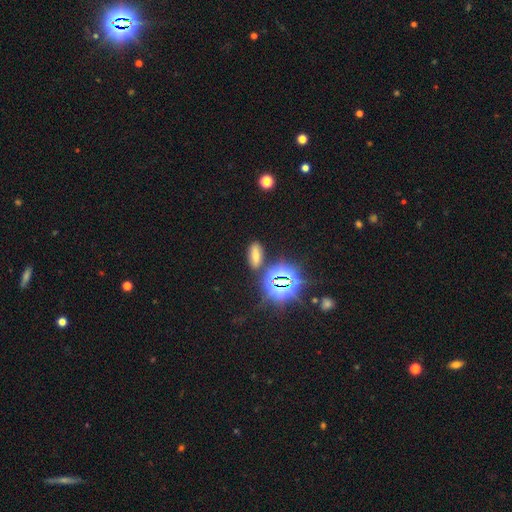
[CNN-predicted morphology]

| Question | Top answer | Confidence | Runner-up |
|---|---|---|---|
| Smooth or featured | smooth | 47% | star or artifact (40%) |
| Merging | none | 81% | minor disturbance (10%) |